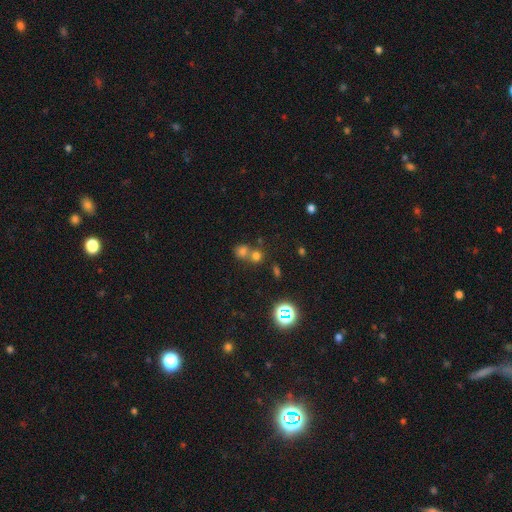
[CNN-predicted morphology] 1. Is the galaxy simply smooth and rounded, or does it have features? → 63% smooth, 27% star or artifact, 10% featured or disk.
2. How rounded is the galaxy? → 81% round, 18% in between, 1% cigar-shaped.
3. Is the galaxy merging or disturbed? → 48% merger, 43% none, 6% minor disturbance, 3% major disturbance.